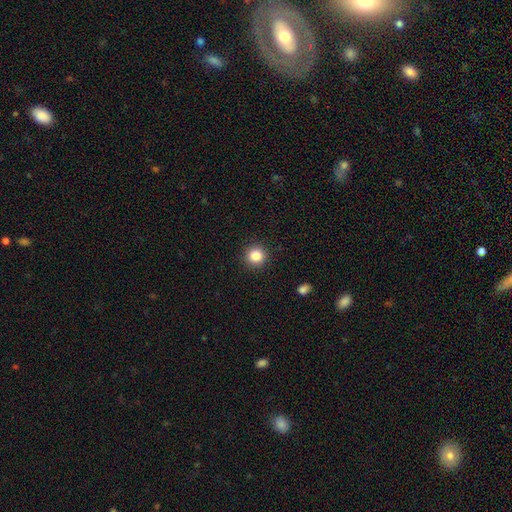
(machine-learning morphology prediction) This is clearly a smooth galaxy (84%). How rounded: clearly round (94%). Merging: clearly none (92%).